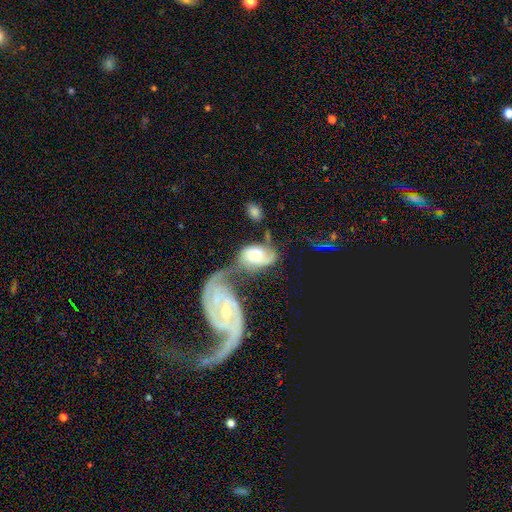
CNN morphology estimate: A featured or disk galaxy (61%) with no bar (67%), spiral arms (86%) and a moderate central bulge (43%).

Vote fractions:
- Smooth or featured? featured or disk: 61% / smooth: 32% / star or artifact: 7%
- Edge-on disk? no: 96% / yes: 4%
- Bar? no: 67% / weak: 26% / strong: 7%
- Spiral arms? yes: 86% / no: 14%
- Bulge size? moderate: 43% / small: 37% / large: 12% / none: 5% / dominant: 3%
- Merging? merger: 58% / none: 15% / major disturbance: 15% / minor disturbance: 12%